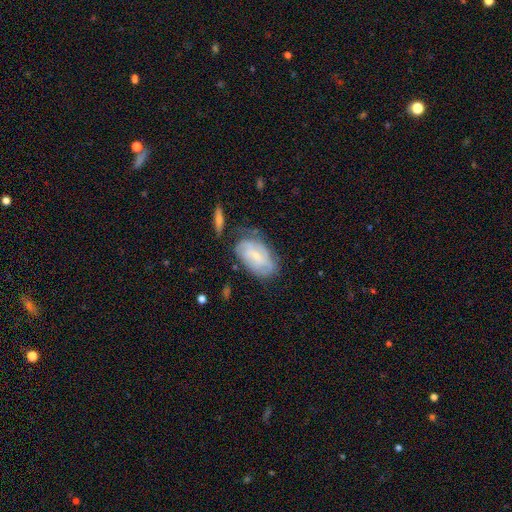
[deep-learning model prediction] featured or disk 61%, smooth 32%, star or artifact 7%. Down the decision tree: edge-on disk — no (94%); bar — no (50%); spiral arms — yes (79%); bulge size — small (67%); merging — none (57%).